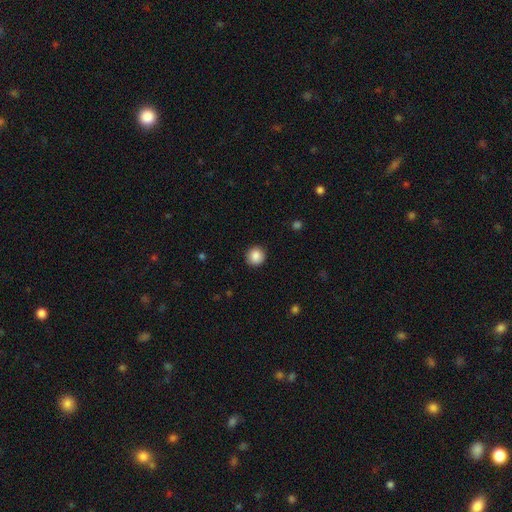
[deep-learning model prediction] Smooth or featured? Predicted: smooth (p=0.88). How rounded? Predicted: round (p=0.93). Merging? Predicted: none (p=0.91).